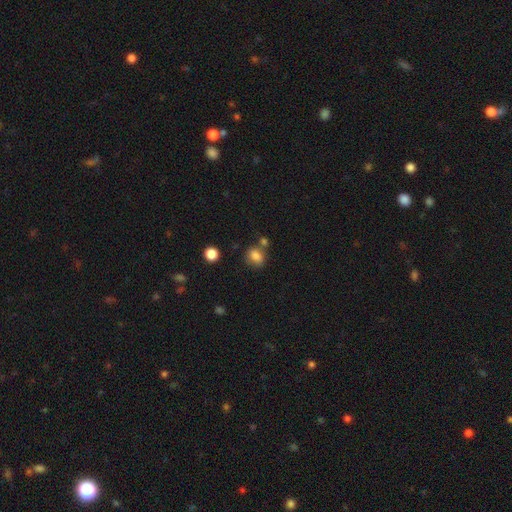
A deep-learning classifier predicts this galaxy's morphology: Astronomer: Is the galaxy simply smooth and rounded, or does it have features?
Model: smooth — 82%.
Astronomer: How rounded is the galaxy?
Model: in between — 62% (runner-up: round, 37%).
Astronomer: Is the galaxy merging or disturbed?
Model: none — 59%.